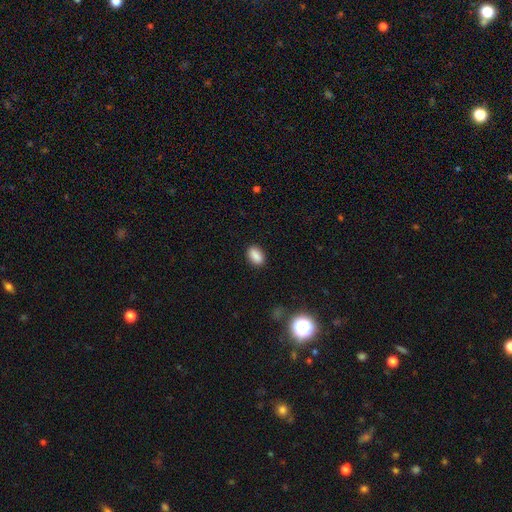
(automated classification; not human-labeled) Q: Smooth or featured?
A: smooth (87%); runner-up: star or artifact (9%)
Q: How rounded?
A: in between (88%); runner-up: round (9%)
Q: Merging?
A: none (87%); runner-up: minor disturbance (9%)